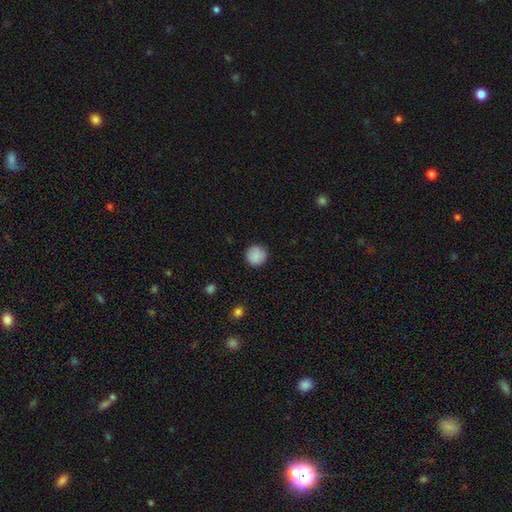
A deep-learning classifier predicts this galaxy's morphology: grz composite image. It shows a smooth galaxy with no disk features (88%) that is round (95%). Merging: none (90%).